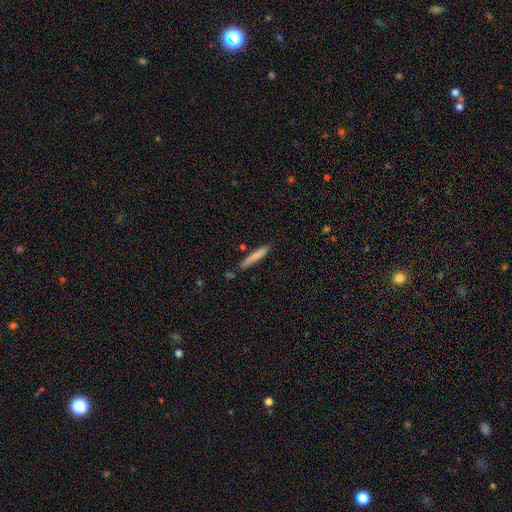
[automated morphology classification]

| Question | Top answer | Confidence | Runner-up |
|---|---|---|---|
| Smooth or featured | smooth | 76% | featured or disk (18%) |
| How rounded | cigar-shaped | 94% | in between (5%) |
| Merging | none | 81% | minor disturbance (13%) |